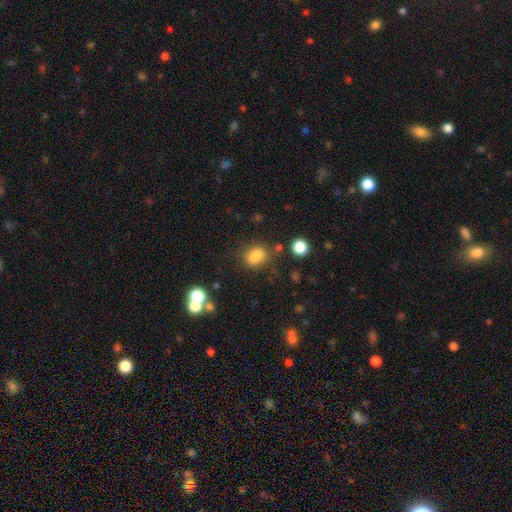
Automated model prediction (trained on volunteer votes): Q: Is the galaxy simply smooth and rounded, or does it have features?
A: smooth — 77%.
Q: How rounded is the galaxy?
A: in between — 57%.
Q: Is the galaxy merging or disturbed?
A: none — 57%.